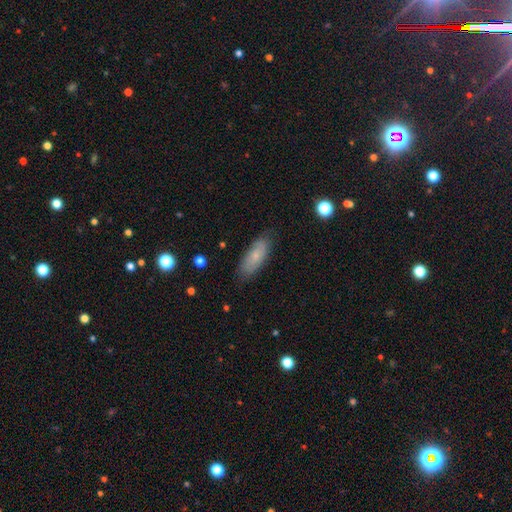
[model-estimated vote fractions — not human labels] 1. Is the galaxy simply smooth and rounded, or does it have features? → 67% smooth, 26% featured or disk, 7% star or artifact.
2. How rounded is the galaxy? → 72% in between, 26% cigar-shaped, 2% round.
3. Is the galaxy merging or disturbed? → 80% none, 16% minor disturbance, 3% major disturbance, 1% merger.